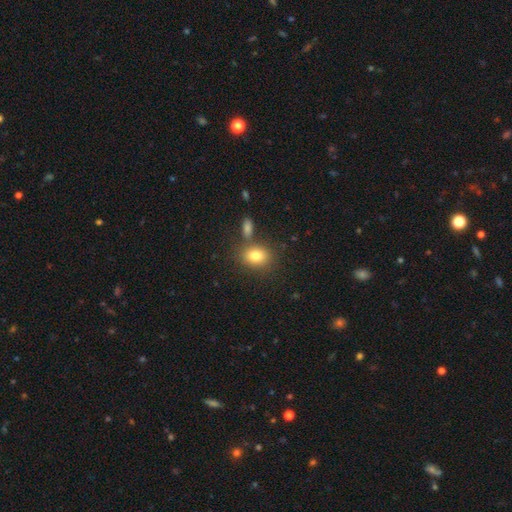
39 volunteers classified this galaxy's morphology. smooth-or-featured: smooth: 85% | featured or disk: 10% | star or artifact: 5%
  how-rounded: in between: 70% | round: 30% | cigar-shaped: 0%
  merging: none: 81% | merger: 8% | minor disturbance: 5% | major disturbance: 5%